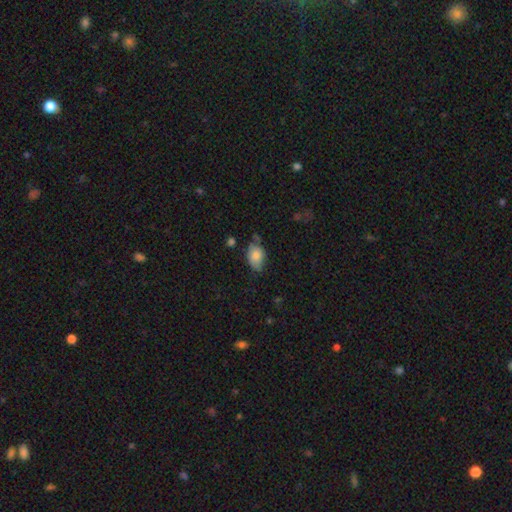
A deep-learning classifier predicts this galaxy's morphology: This is likely a smooth galaxy (79%). How rounded: clearly in between (86%). Merging: possibly none (56%).